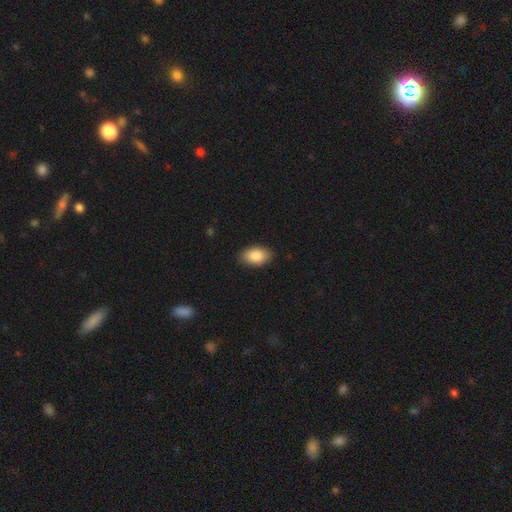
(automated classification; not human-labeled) Q: Smooth or featured?
A: smooth (87%); runner-up: star or artifact (7%)
Q: How rounded?
A: in between (93%); runner-up: round (6%)
Q: Merging?
A: none (87%); runner-up: minor disturbance (10%)